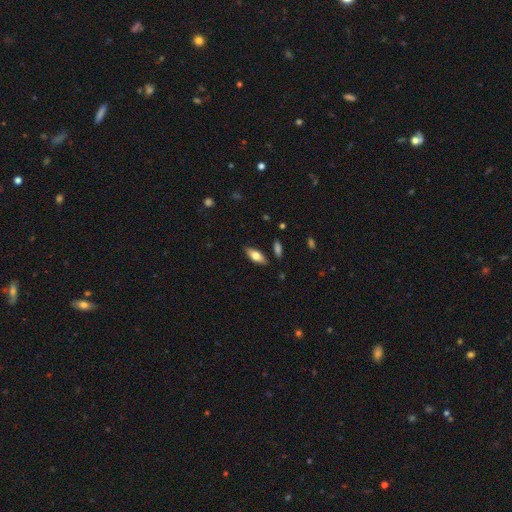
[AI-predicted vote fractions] Q: Smooth or featured?
A: smooth (69%); runner-up: featured or disk (25%)
Q: How rounded?
A: in between (78%); runner-up: cigar-shaped (19%)
Q: Merging?
A: none (86%); runner-up: minor disturbance (10%)